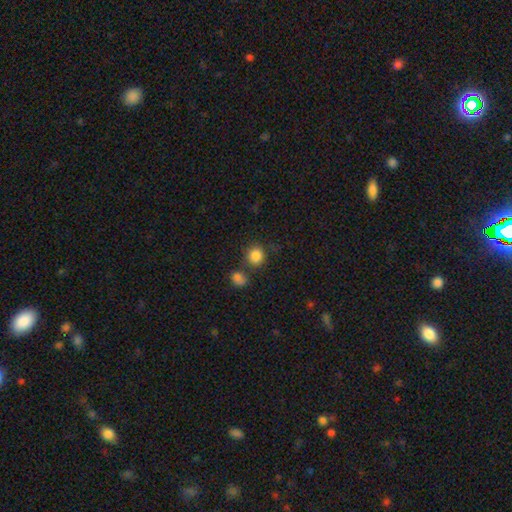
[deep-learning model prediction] This appears to be a smooth galaxy with no disk features (85%) that is round (85%). Merging: none (70%).